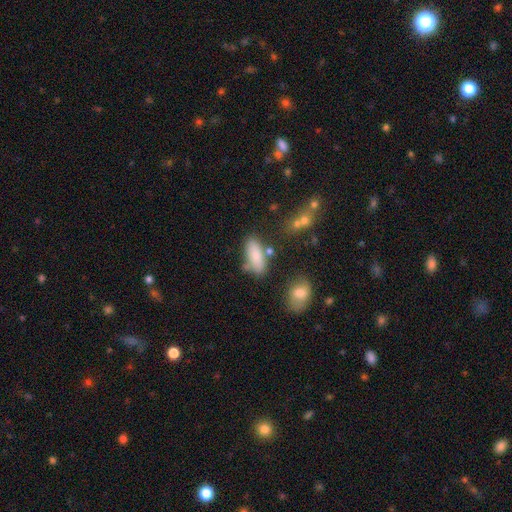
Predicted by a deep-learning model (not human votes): Smooth or featured: smooth — 81% (featured or disk — 11%)
How rounded: in between — 75% (cigar-shaped — 22%)
Merging: none — 62% (minor disturbance — 19%)